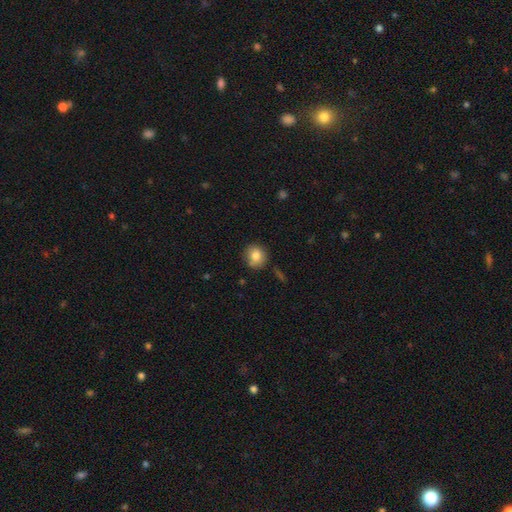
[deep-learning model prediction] A smooth galaxy with no disk features (82%) that is round (86%).

Vote fractions:
- Smooth or featured? smooth: 82% / star or artifact: 9% / featured or disk: 9%
- How rounded? round: 86% / in between: 13% / cigar-shaped: 1%
- Merging? none: 81% / minor disturbance: 14% / major disturbance: 3% / merger: 2%